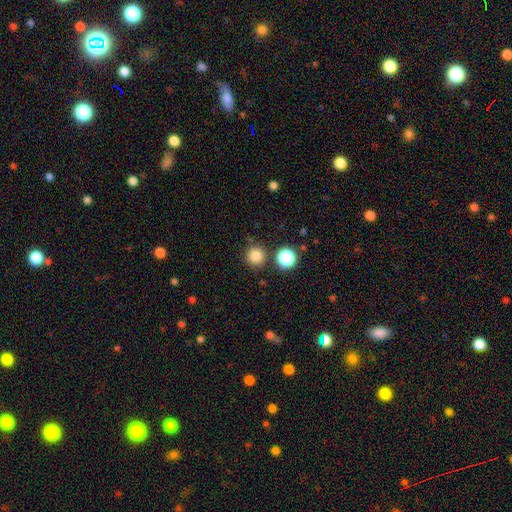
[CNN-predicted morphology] smooth_or_featured: smooth (p=0.82) [alt: star or artifact p=0.13]
how_rounded: round (p=0.95) [alt: in between p=0.04]
merging: none (p=0.85) [alt: minor disturbance p=0.07]